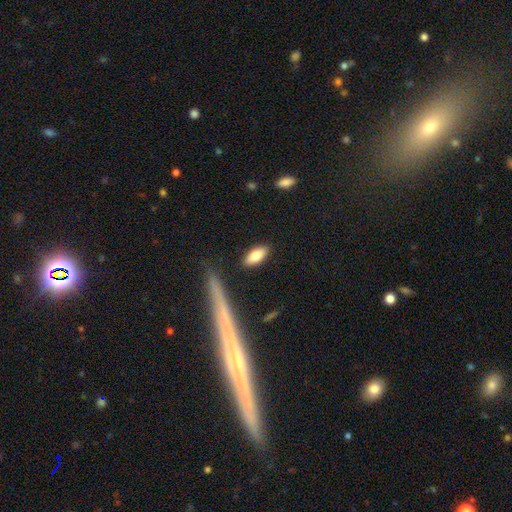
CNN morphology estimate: Overall: smooth (80%). How rounded: in between (82%). Merging: none (86%).